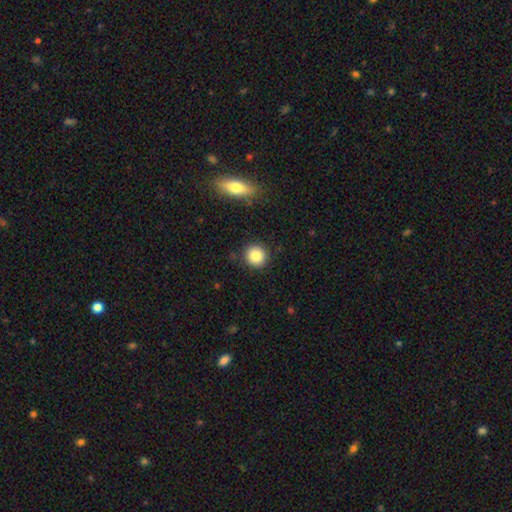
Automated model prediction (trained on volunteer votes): smooth-or-featured: smooth: 85% | star or artifact: 9% | featured or disk: 6%
  how-rounded: round: 92% | in between: 7% | cigar-shaped: 1%
  merging: none: 89% | minor disturbance: 7% | major disturbance: 2% | merger: 2%